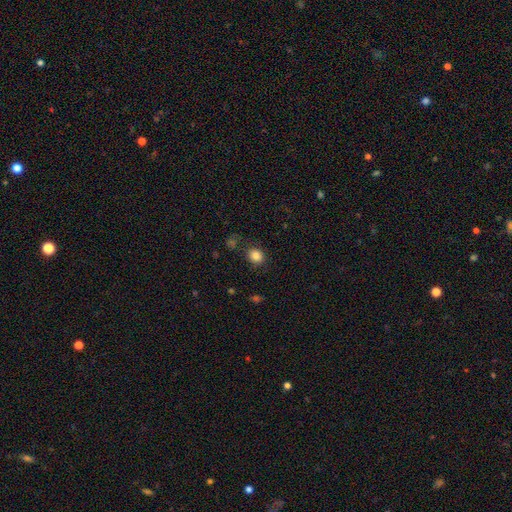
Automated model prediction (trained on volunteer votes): Smooth or featured: smooth — 84% (star or artifact — 11%)
How rounded: round — 68% (in between — 31%)
Merging: none — 81% (minor disturbance — 11%)